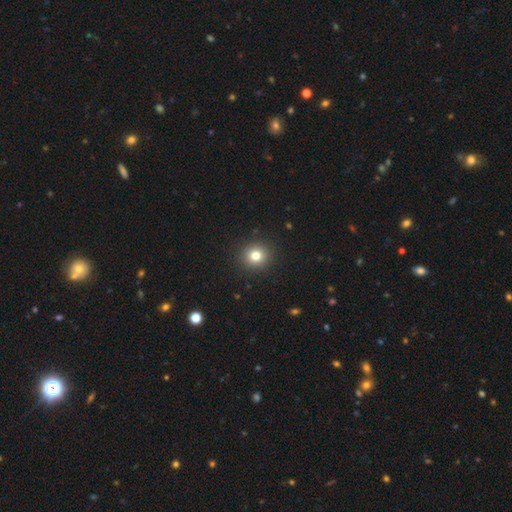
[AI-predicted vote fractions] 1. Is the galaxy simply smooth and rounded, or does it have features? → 79% smooth, 13% star or artifact, 8% featured or disk.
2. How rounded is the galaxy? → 92% round, 7% in between, 1% cigar-shaped.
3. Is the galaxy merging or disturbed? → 92% none, 5% minor disturbance, 2% major disturbance, 1% merger.